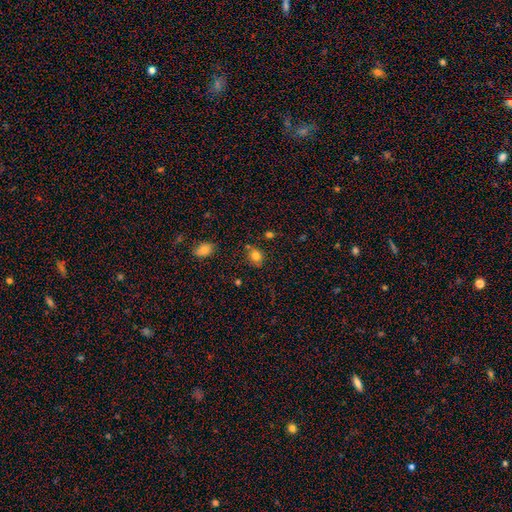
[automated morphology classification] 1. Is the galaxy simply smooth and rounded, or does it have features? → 81% smooth, 12% star or artifact, 7% featured or disk.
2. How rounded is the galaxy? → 64% round, 35% in between, 1% cigar-shaped.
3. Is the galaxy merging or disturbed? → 78% none, 14% minor disturbance, 5% merger, 3% major disturbance.